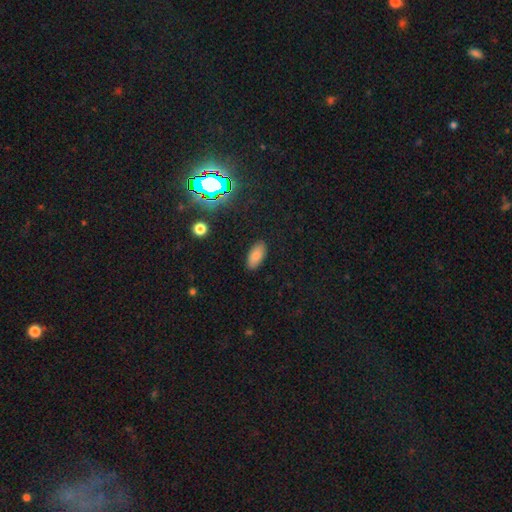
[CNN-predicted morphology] smooth_or_featured: smooth (p=0.83) [alt: star or artifact p=0.11]
how_rounded: in between (p=0.92) [alt: cigar-shaped p=0.05]
merging: none (p=0.88) [alt: minor disturbance p=0.08]